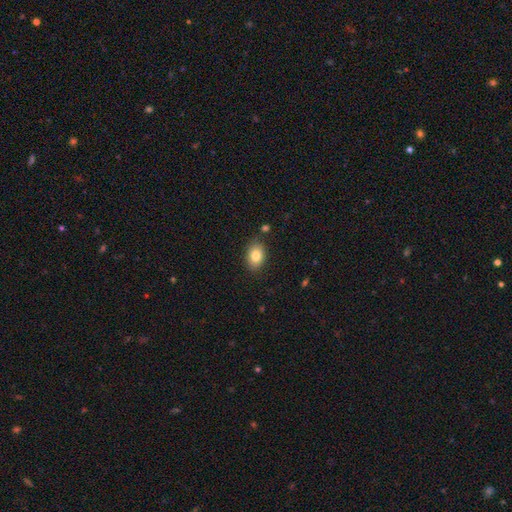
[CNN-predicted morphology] A smooth galaxy with no disk features (83%) that is in between round and cigar-shaped (81%). Merging: none (82%).